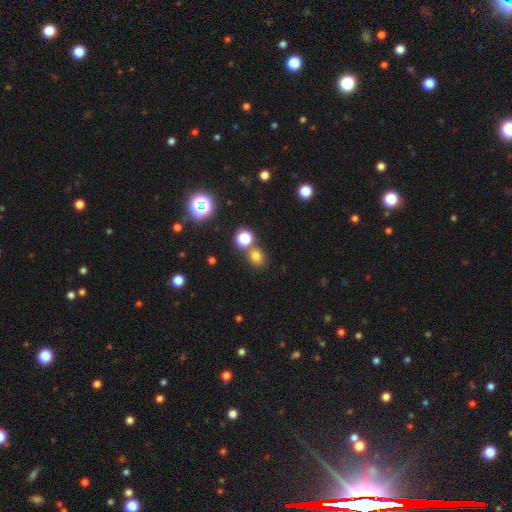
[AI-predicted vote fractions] Smooth or featured: smooth — 70% (star or artifact — 23%)
How rounded: round — 74% (in between — 25%)
Merging: none — 70% (merger — 18%)